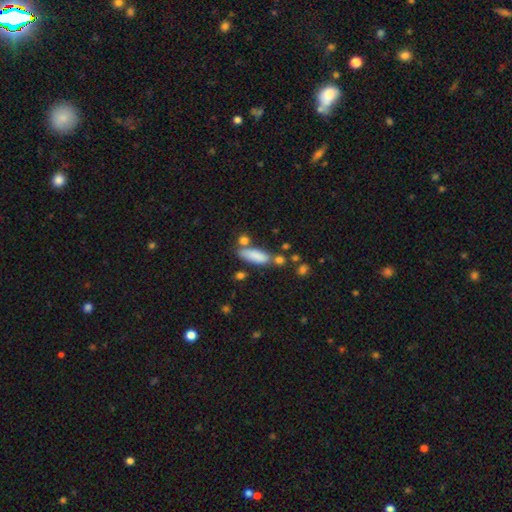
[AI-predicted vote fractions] The model was most divided on "how rounded": in between: 57%, cigar-shaped: 41%, round: 3%. More confident: smooth or featured — smooth (82%); merging — none (60%).